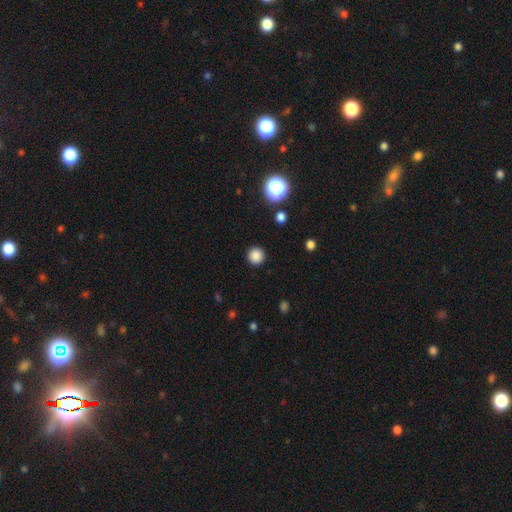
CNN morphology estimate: A smooth galaxy with no disk features (85%) that is round (95%).

Vote fractions:
- Smooth or featured? smooth: 85% / star or artifact: 12% / featured or disk: 3%
- How rounded? round: 95% / in between: 4% / cigar-shaped: 1%
- Merging? none: 92% / minor disturbance: 5% / major disturbance: 2% / merger: 1%